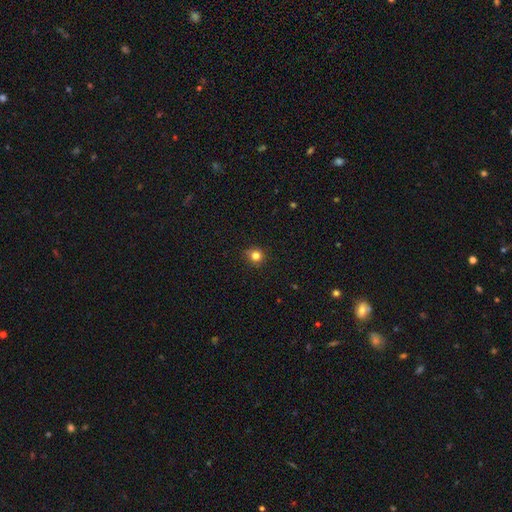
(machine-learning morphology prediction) type=smooth (80%); roundness=round (90%); merging=none (84%).